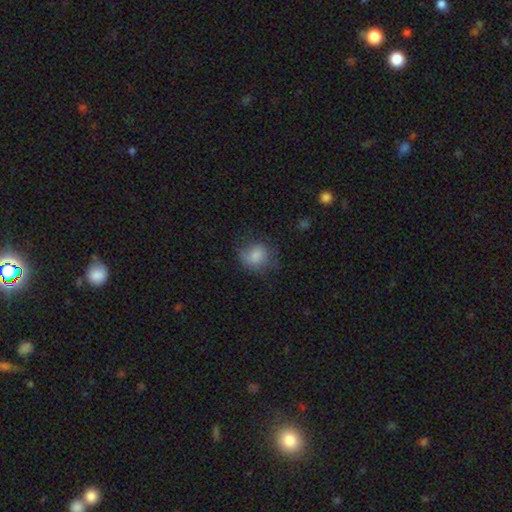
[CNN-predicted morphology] smooth 75%, featured or disk 16%, star or artifact 9%. Down the decision tree: how rounded — round (71%); merging — none (58%).